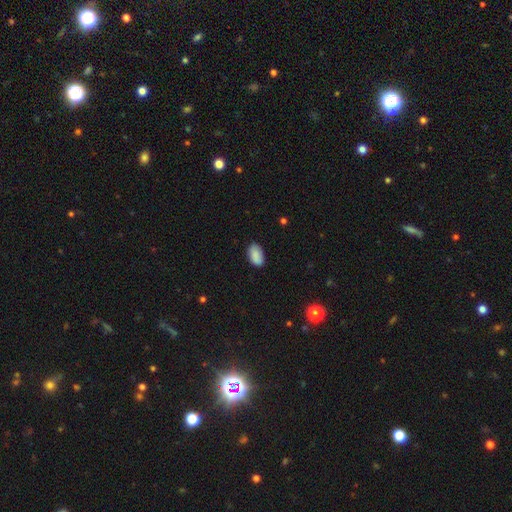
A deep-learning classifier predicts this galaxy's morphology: A smooth galaxy with no disk features (89%) that is in between round and cigar-shaped (94%).

Vote fractions:
- Smooth or featured? smooth: 89% / star or artifact: 7% / featured or disk: 4%
- How rounded? in between: 94% / round: 5% / cigar-shaped: 2%
- Merging? none: 81% / minor disturbance: 15% / major disturbance: 3% / merger: 1%